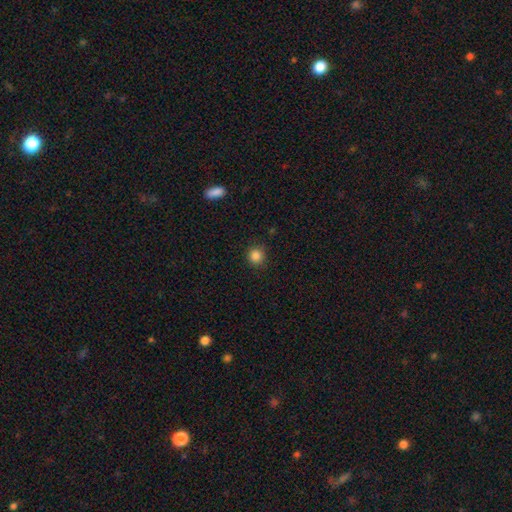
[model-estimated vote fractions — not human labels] Q: Smooth or featured?
A: smooth (86%); runner-up: star or artifact (11%)
Q: How rounded?
A: round (92%); runner-up: in between (7%)
Q: Merging?
A: none (88%); runner-up: minor disturbance (8%)